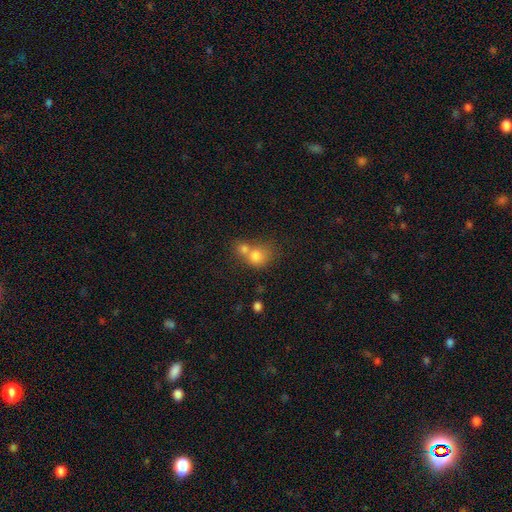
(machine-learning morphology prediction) A smooth galaxy with no disk features (76%) that is round (69%). Merging: merger (62%).